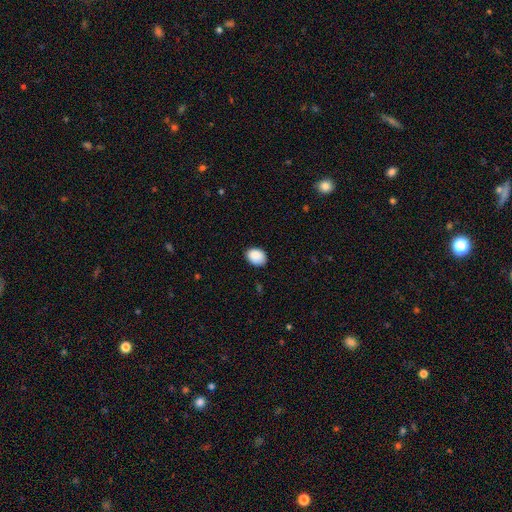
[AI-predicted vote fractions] Smooth or featured?
  - smooth: 89% *
  - star or artifact: 7%
  - featured or disk: 3%
How rounded?
  - in between: 61% *
  - round: 38%
  - cigar-shaped: 1%
Merging?
  - none: 82% *
  - minor disturbance: 14%
  - major disturbance: 2%
  - merger: 1%